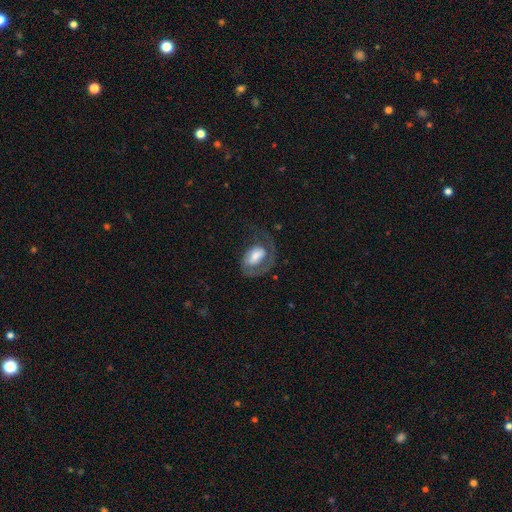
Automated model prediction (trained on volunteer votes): Smooth or featured? Predicted: featured or disk (p=0.57). Edge-on disk? Predicted: no (p=0.96). Bar? Predicted: no (p=0.50). Spiral arms? Predicted: yes (p=0.74). Bulge size? Predicted: moderate (p=0.39). Merging? Predicted: major disturbance (p=0.40).